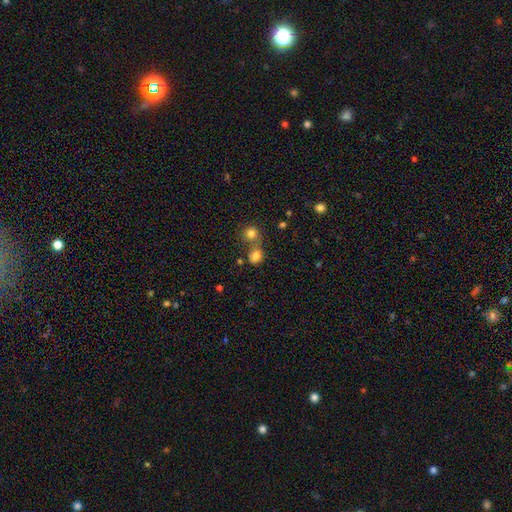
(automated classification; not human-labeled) A smooth galaxy with no disk features (78%) that is round (59%).

Vote fractions:
- Smooth or featured? smooth: 78% / star or artifact: 14% / featured or disk: 8%
- How rounded? round: 59% / in between: 40% / cigar-shaped: 1%
- Merging? none: 48% / merger: 36% / minor disturbance: 11% / major disturbance: 5%